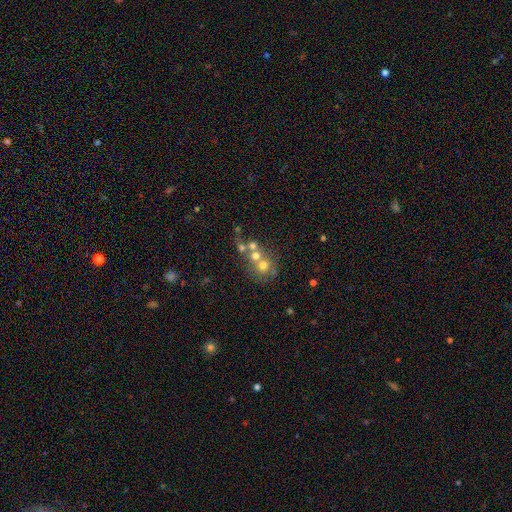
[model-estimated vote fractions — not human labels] This appears to be a smooth galaxy with no disk features (55%) that is round (83%). Merging: merger (50%).